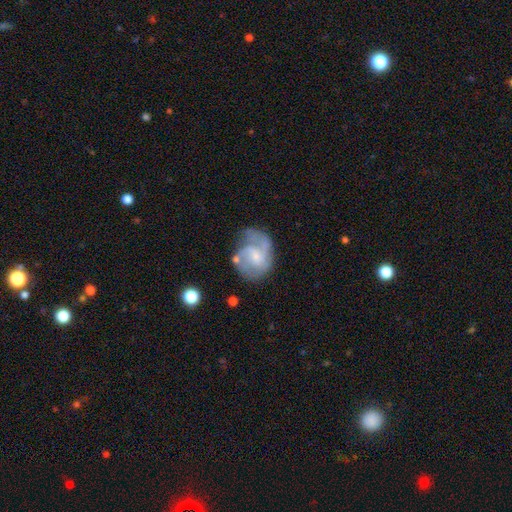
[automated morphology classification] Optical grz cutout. It shows a featured or disk galaxy (78%) with no bar (47%), 2 (51%) medium (50%) spiral arms (93%) and a small central bulge (52%). Merging: none (51%).